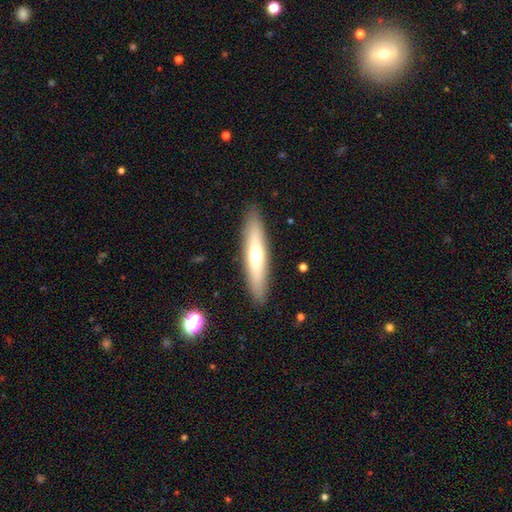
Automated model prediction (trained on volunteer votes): Smooth or featured?
  - smooth: 52% *
  - featured or disk: 42%
  - star or artifact: 6%
How rounded?
  - cigar-shaped: 84% *
  - in between: 14%
  - round: 1%
Merging?
  - none: 90% *
  - minor disturbance: 7%
  - major disturbance: 2%
  - merger: 1%